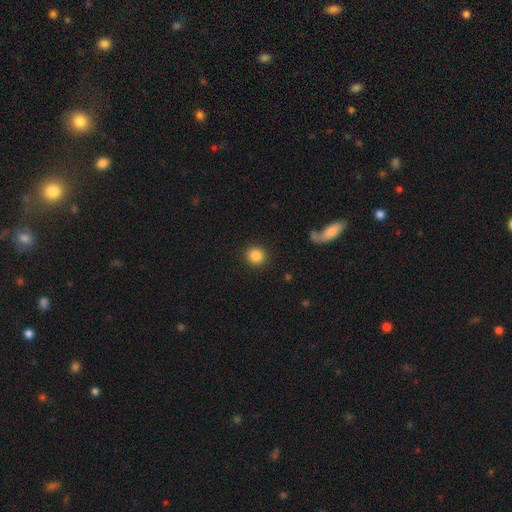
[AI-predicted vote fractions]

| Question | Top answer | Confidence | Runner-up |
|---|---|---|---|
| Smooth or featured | smooth | 86% | star or artifact (10%) |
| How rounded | round | 91% | in between (9%) |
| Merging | none | 91% | minor disturbance (5%) |